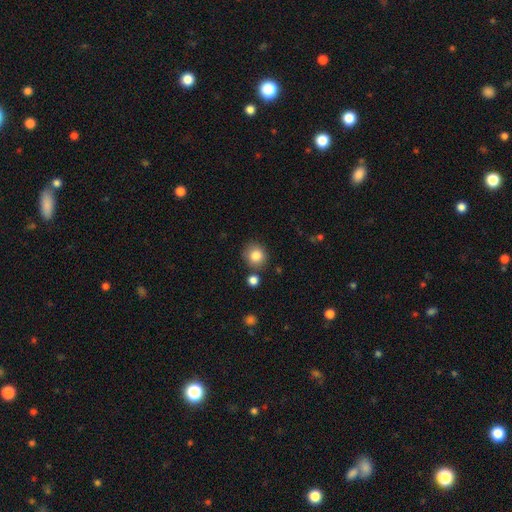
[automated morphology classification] smooth-or-featured: smooth: 83% | star or artifact: 10% | featured or disk: 7%
  how-rounded: round: 86% | in between: 13% | cigar-shaped: 1%
  merging: none: 81% | minor disturbance: 10% | merger: 6% | major disturbance: 3%